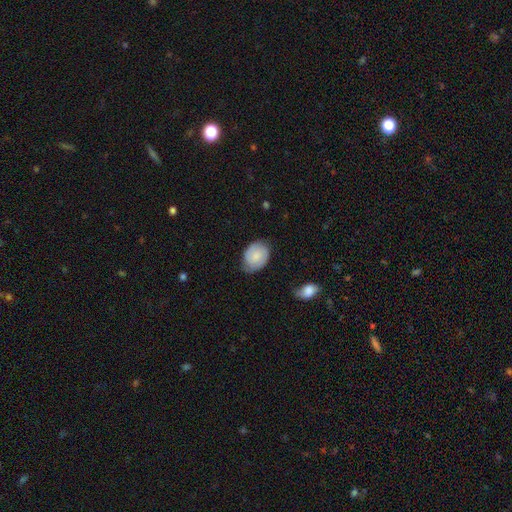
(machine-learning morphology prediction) Overall: smooth (61%; featured or disk 32%). How rounded: in between (59%; round 40%). Merging: none (67%).